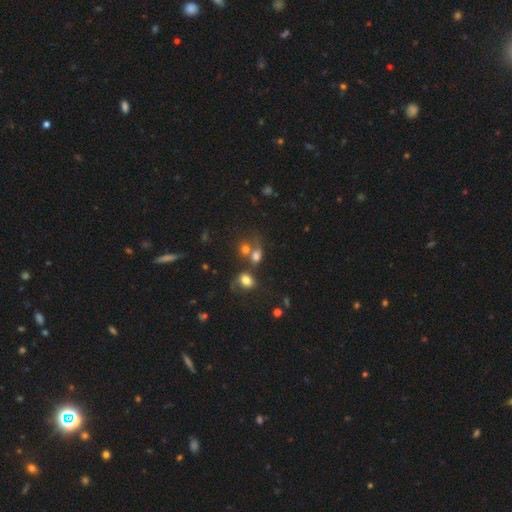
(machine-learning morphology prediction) This appears to be a smooth galaxy with no disk features (70%) that is round (52%). Merging: merger (44%).